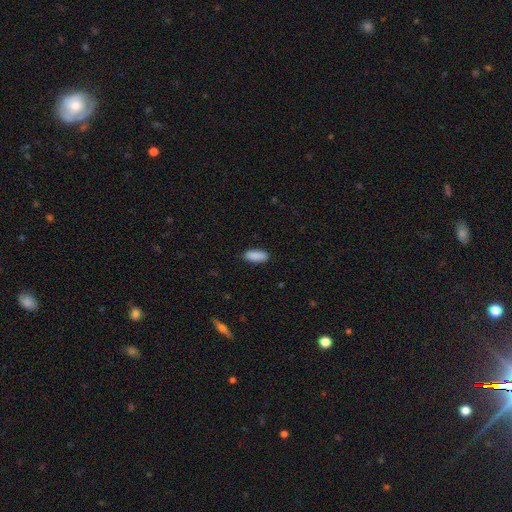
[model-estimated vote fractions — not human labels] Smooth or featured? Predicted: smooth (p=0.90). How rounded? Predicted: in between (p=0.77). Merging? Predicted: none (p=0.88).